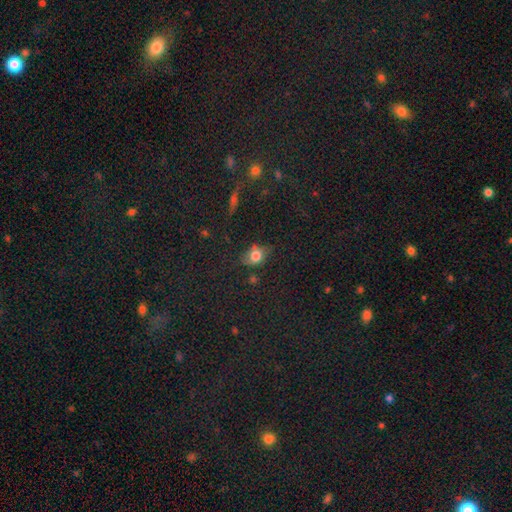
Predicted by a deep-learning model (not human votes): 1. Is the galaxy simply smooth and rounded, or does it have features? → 73% smooth, 14% star or artifact, 13% featured or disk.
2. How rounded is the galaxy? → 52% in between, 45% round, 3% cigar-shaped.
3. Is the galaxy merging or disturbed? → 60% none, 25% minor disturbance, 11% major disturbance, 4% merger.